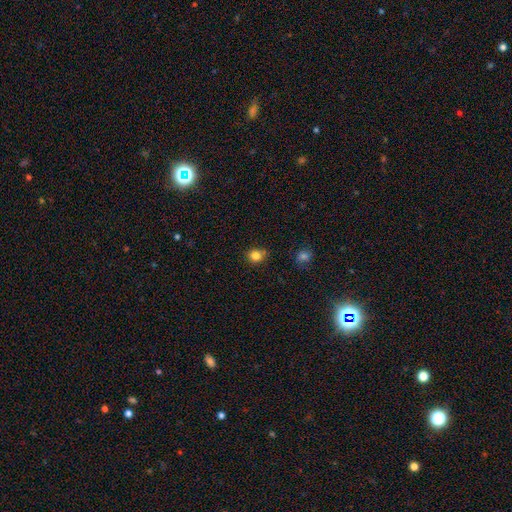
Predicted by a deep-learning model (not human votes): A smooth galaxy with no disk features (83%) that is round (79%).

Vote fractions:
- Smooth or featured? smooth: 83% / star or artifact: 12% / featured or disk: 5%
- How rounded? round: 79% / in between: 20% / cigar-shaped: 1%
- Merging? none: 79% / minor disturbance: 15% / merger: 3% / major disturbance: 3%